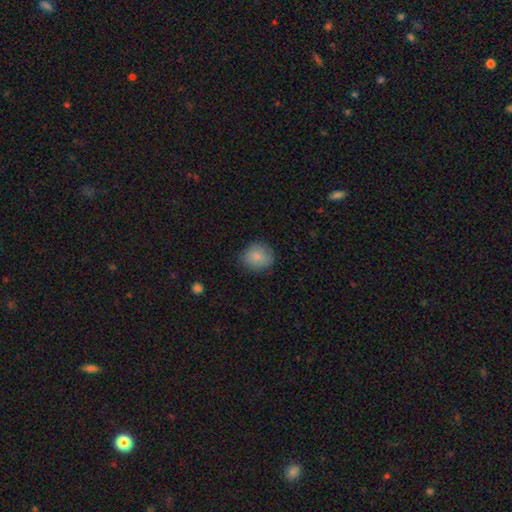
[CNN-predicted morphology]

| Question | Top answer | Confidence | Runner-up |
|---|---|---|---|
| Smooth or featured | smooth | 83% | featured or disk (10%) |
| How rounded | round | 78% | in between (21%) |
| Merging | none | 81% | minor disturbance (15%) |